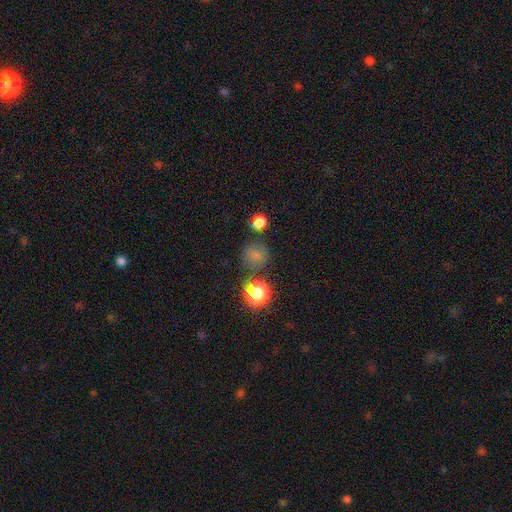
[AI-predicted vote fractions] Smooth or featured? Predicted: smooth (p=0.70). How rounded? Predicted: round (p=0.90). Merging? Predicted: none (p=0.76).